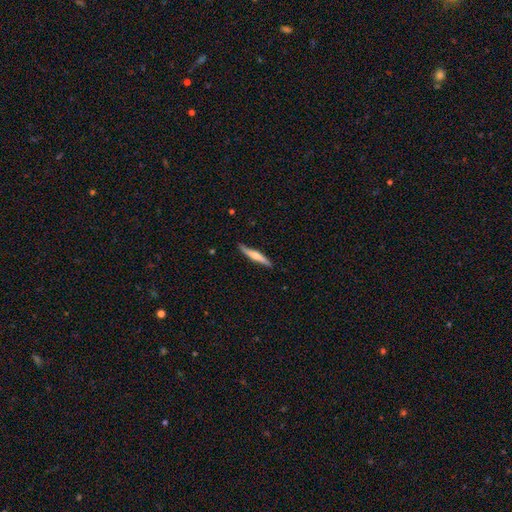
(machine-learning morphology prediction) The model was most divided on "smooth or featured": featured or disk: 55%, smooth: 40%, star or artifact: 5%. More confident: edge-on disk — yes (94%); merging — none (86%); edge-on bulge — rounded (79%).